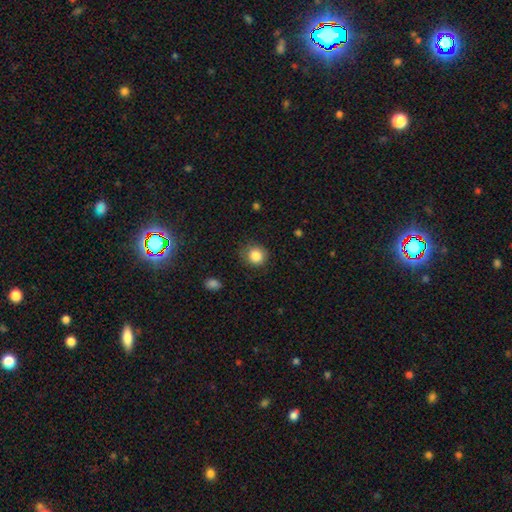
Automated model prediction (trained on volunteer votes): smooth_or_featured: smooth (p=0.85) [alt: star or artifact p=0.09]
how_rounded: round (p=0.84) [alt: in between p=0.15]
merging: none (p=0.76) [alt: minor disturbance p=0.18]